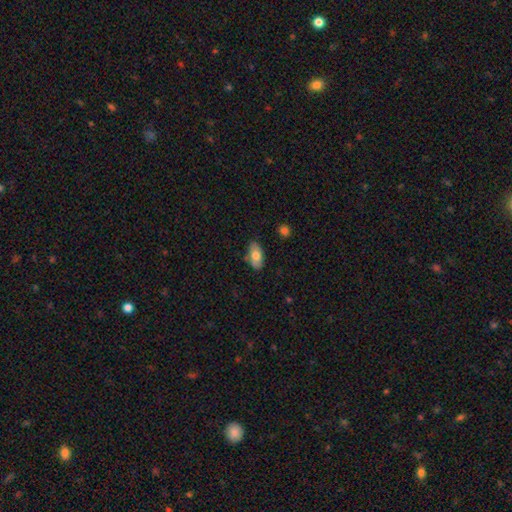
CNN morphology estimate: Overall: smooth (74%). How rounded: in between (92%). Merging: none (78%).